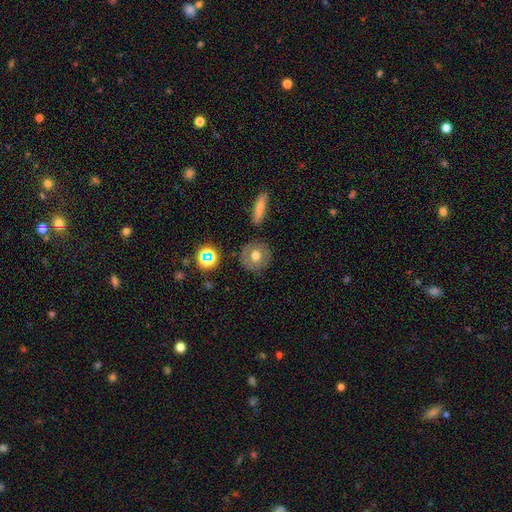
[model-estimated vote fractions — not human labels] This appears to be a smooth galaxy with no disk features (59%) that is round (90%). Merging: none (85%).